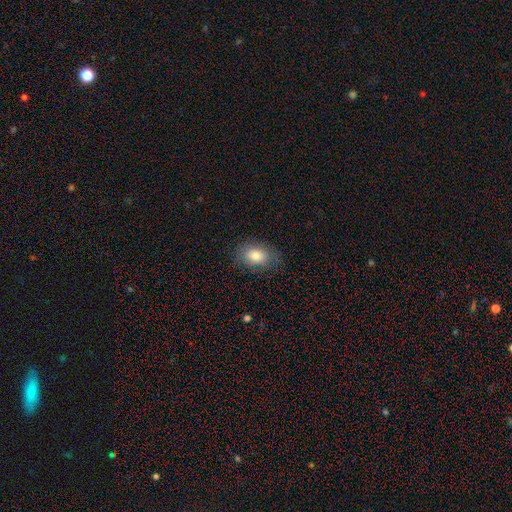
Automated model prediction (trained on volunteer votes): Morphology: type=smooth (81%); roundness=in between (84%); merging=none (80%).